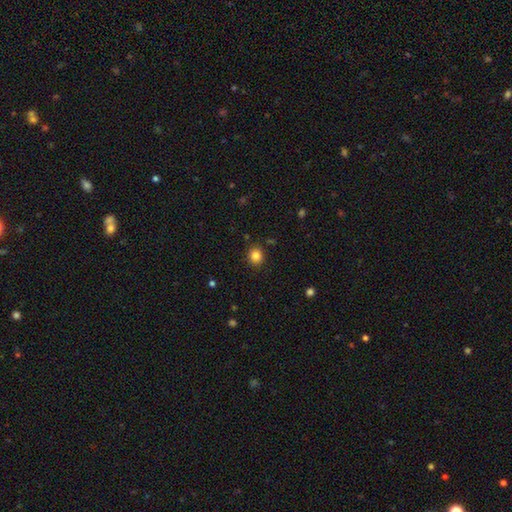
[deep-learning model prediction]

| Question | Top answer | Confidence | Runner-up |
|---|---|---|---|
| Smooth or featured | smooth | 84% | star or artifact (11%) |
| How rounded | round | 84% | in between (16%) |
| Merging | none | 89% | minor disturbance (7%) |